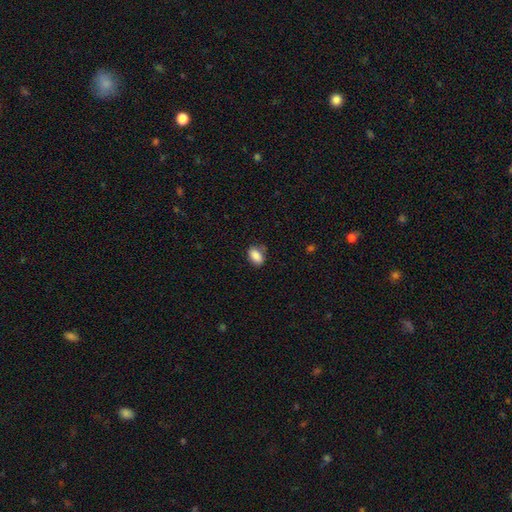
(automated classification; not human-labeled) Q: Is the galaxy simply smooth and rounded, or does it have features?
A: smooth — 87%.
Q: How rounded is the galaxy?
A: in between — 87%.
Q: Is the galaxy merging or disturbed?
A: none — 76%.